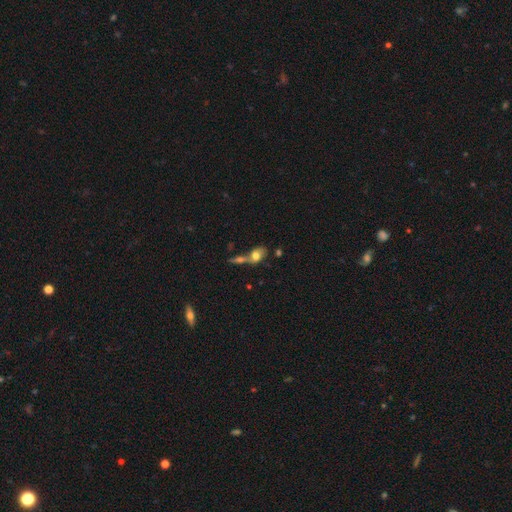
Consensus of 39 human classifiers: Morphology: type=smooth (64%); roundness=in between (92%); merging=merger (69%).